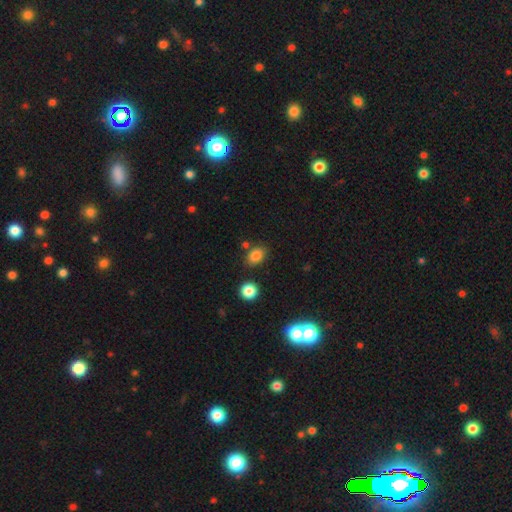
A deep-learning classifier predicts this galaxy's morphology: Smooth or featured? Predicted: smooth (p=0.83). How rounded? Predicted: in between (p=0.71). Merging? Predicted: none (p=0.77).